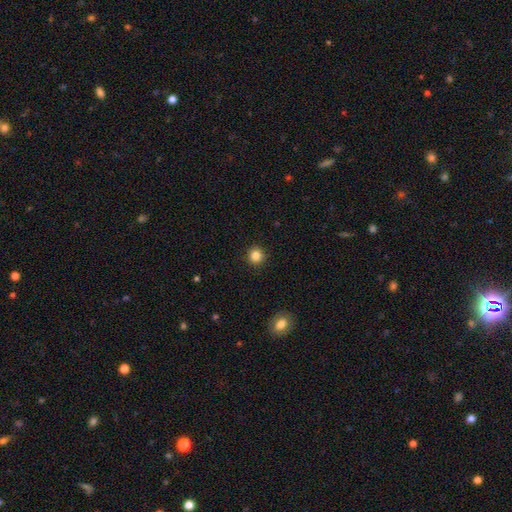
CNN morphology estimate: smooth_or_featured: smooth (p=0.85) [alt: star or artifact p=0.11]
how_rounded: round (p=0.93) [alt: in between p=0.06]
merging: none (p=0.92) [alt: minor disturbance p=0.05]